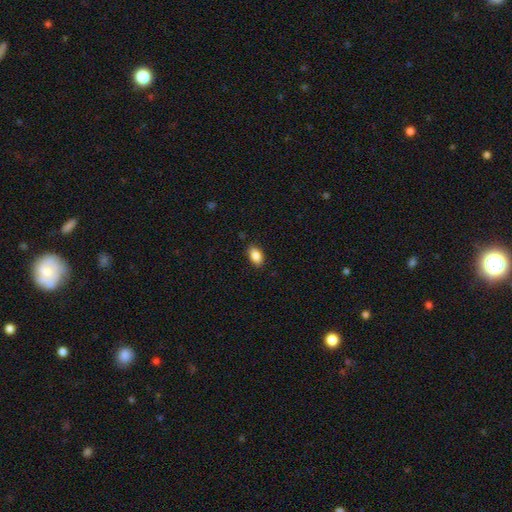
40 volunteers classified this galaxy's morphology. type=smooth (85%); roundness=in between (94%); merging=none (86%).